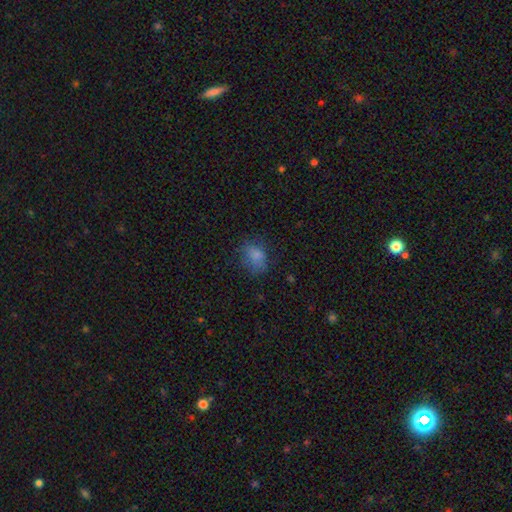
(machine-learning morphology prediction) A smooth galaxy with no disk features (74%) that is in between round and cigar-shaped (64%).

Vote fractions:
- Smooth or featured? smooth: 74% / star or artifact: 13% / featured or disk: 13%
- How rounded? in between: 64% / round: 35% / cigar-shaped: 1%
- Merging? none: 59% / minor disturbance: 24% / major disturbance: 15% / merger: 2%